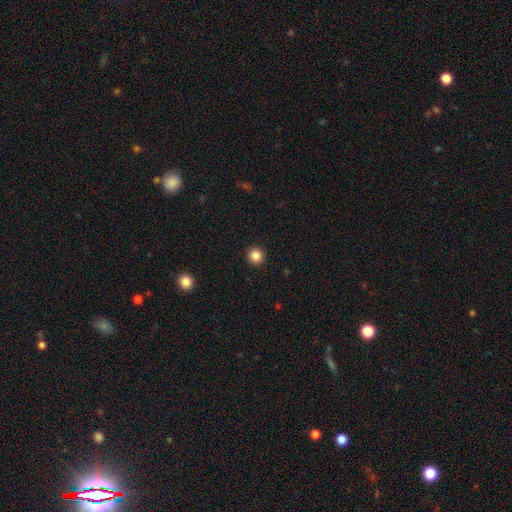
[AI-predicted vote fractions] This appears to be a smooth galaxy with no disk features (85%) that is round (95%). Merging: none (93%).